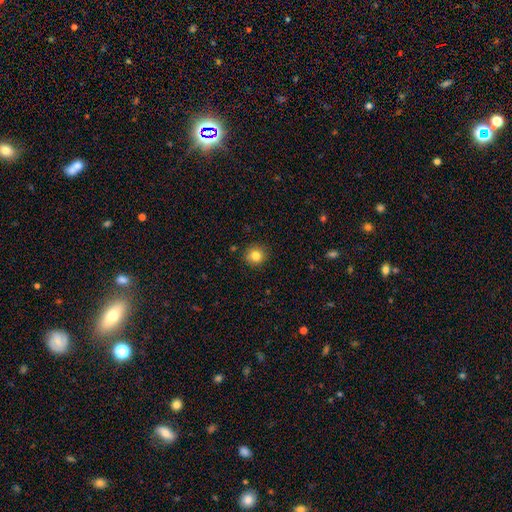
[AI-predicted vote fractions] A smooth galaxy with no disk features (83%) that is round (90%).

Vote fractions:
- Smooth or featured? smooth: 83% / star or artifact: 11% / featured or disk: 6%
- How rounded? round: 90% / in between: 9% / cigar-shaped: 1%
- Merging? none: 90% / minor disturbance: 7% / major disturbance: 2% / merger: 1%